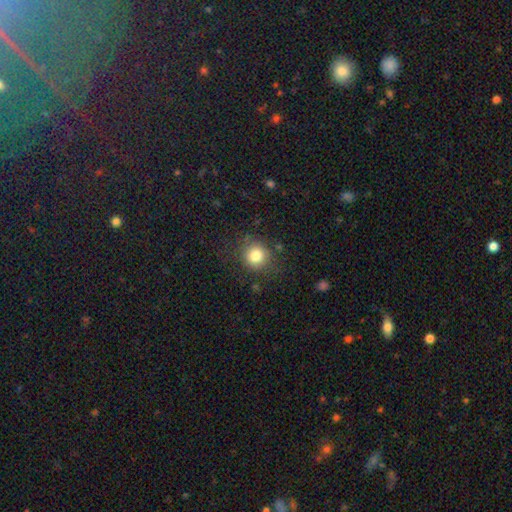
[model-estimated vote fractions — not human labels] Morphology: type=smooth (82%); roundness=round (88%); merging=none (82%).